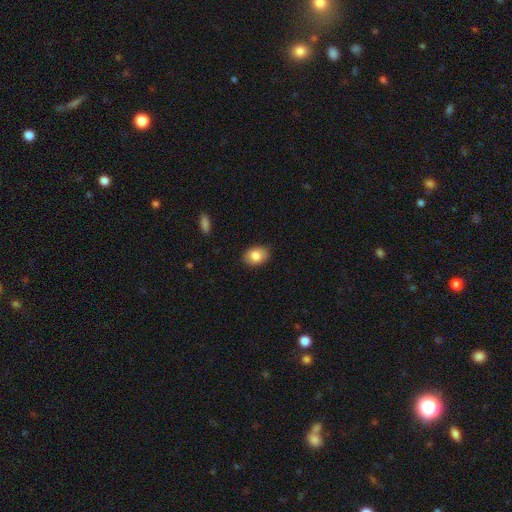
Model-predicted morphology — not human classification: Q: Smooth or featured?
A: smooth (85%); runner-up: star or artifact (8%)
Q: How rounded?
A: in between (74%); runner-up: round (25%)
Q: Merging?
A: none (86%); runner-up: minor disturbance (11%)